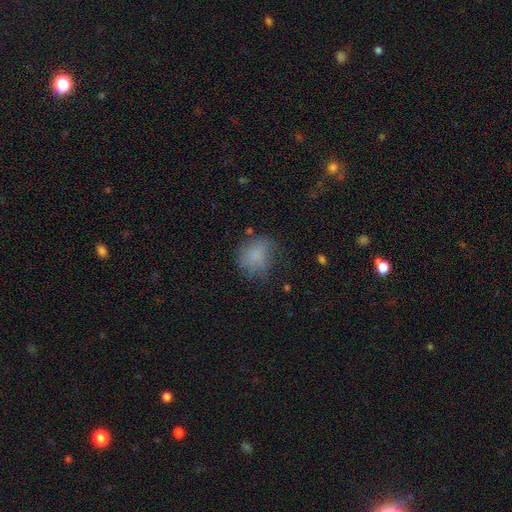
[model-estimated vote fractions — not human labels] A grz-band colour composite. It shows a smooth galaxy with no disk features (72%) that is round (60%). Merging: none (51%).